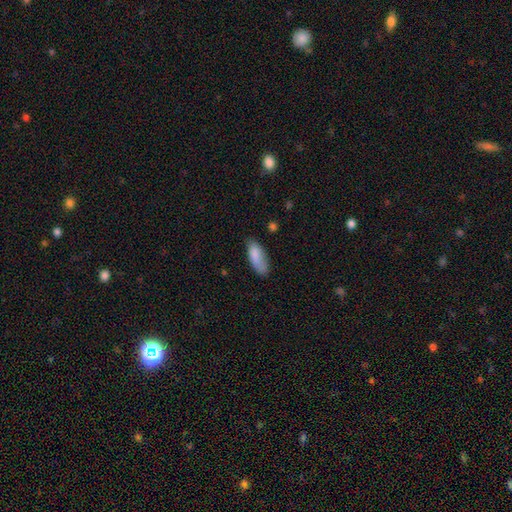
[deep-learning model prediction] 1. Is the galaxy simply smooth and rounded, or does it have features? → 84% smooth, 9% featured or disk, 7% star or artifact.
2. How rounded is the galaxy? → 78% in between, 20% cigar-shaped, 2% round.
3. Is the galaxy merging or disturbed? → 64% none, 27% minor disturbance, 7% major disturbance, 3% merger.